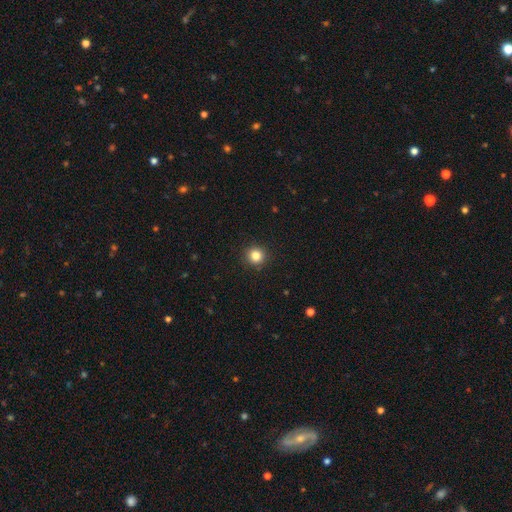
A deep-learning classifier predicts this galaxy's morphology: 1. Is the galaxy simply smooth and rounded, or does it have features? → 83% smooth, 12% star or artifact, 5% featured or disk.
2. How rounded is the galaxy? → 94% round, 6% in between, 1% cigar-shaped.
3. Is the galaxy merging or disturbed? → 92% none, 5% minor disturbance, 2% major disturbance, 1% merger.